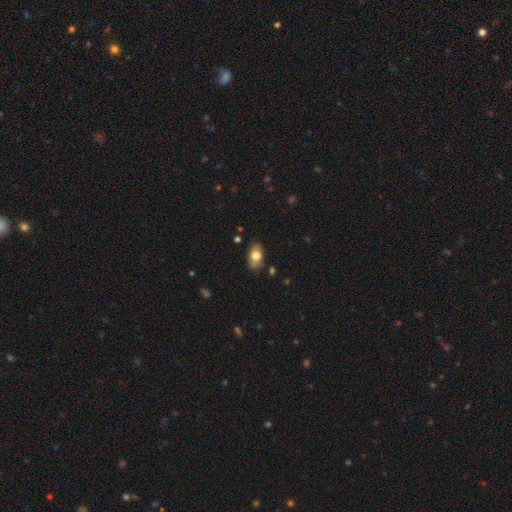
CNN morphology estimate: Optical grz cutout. It shows a smooth galaxy with no disk features (77%) that is in between round and cigar-shaped (91%). Merging: none (81%).